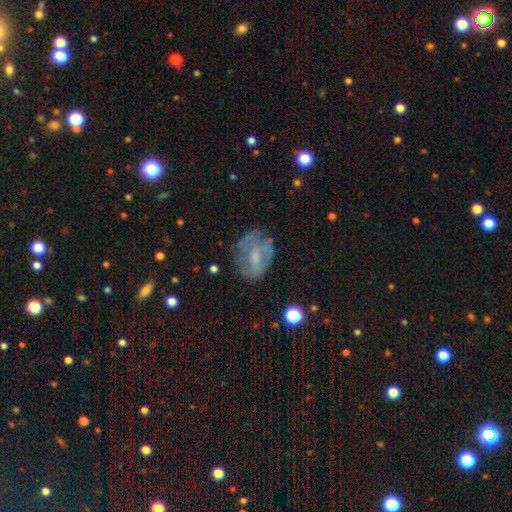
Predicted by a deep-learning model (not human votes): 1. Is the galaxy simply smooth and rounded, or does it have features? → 52% featured or disk, 37% smooth, 11% star or artifact.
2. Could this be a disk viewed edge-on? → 96% no, 4% yes.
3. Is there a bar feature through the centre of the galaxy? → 53% no, 37% weak, 10% strong.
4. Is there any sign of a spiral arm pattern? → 52% no, 48% yes.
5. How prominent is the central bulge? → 43% small, 32% moderate, 22% none, 3% large, 1% dominant.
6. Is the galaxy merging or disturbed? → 59% none, 23% minor disturbance, 15% major disturbance, 2% merger.